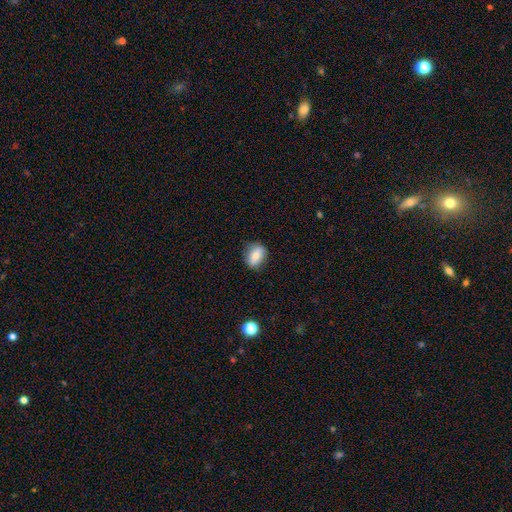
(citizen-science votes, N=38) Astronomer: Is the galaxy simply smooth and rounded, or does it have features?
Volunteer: smooth — 74%.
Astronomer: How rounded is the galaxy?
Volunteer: round — 50%, tied with in between at 50%.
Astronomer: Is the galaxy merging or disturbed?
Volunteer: none — 83%.